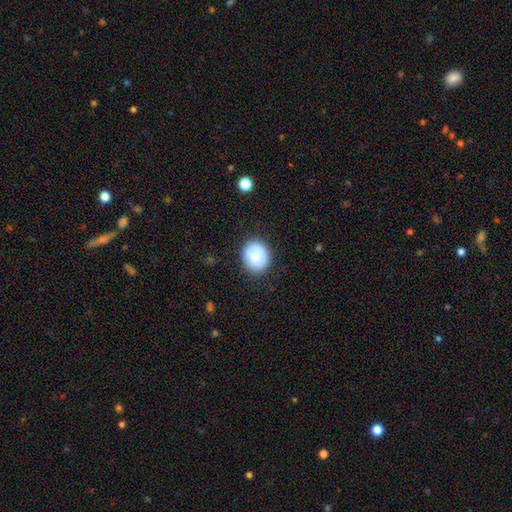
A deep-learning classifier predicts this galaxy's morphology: Smooth or featured? smooth (81%)
How rounded? round (61%)
Merging? none (83%)